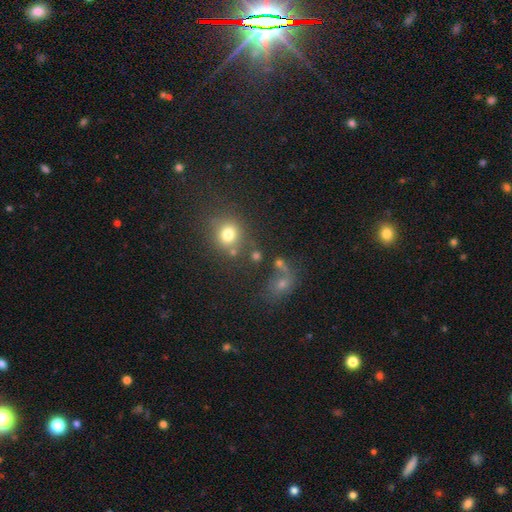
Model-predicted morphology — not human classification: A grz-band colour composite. It shows a smooth galaxy with no disk features (68%) that is round (76%). Merging: none (61%).